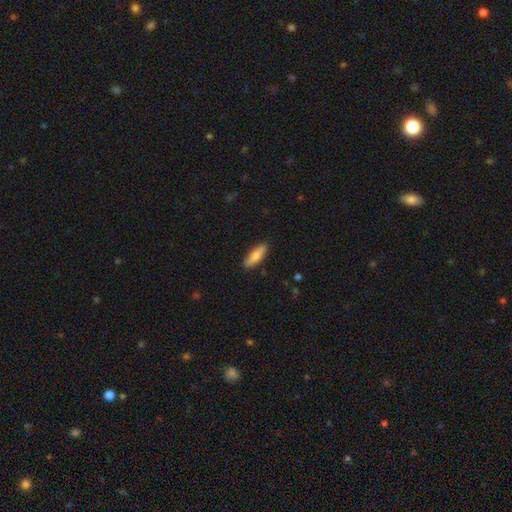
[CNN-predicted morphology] Smooth or featured? Predicted: smooth (p=0.77). How rounded? Predicted: in between (p=0.51). Merging? Predicted: none (p=0.87).